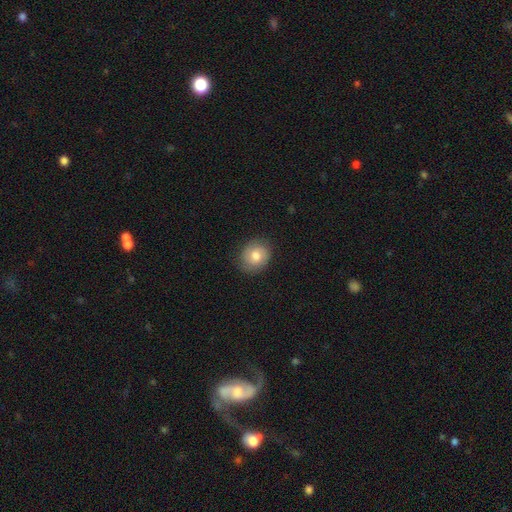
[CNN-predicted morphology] A smooth galaxy with no disk features (68%) that is round (70%). Merging: none (82%).